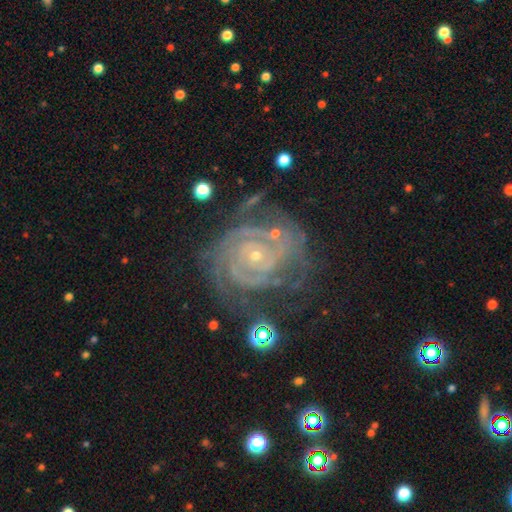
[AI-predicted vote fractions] Q: Smooth or featured?
A: featured or disk (89%); runner-up: star or artifact (7%)
Q: Edge-on disk?
A: no (97%); runner-up: yes (3%)
Q: Bar?
A: no (75%); runner-up: weak (18%)
Q: Spiral arms?
A: yes (98%); runner-up: no (2%)
Q: Spiral winding?
A: tight (79%); runner-up: medium (18%)
Q: Spiral arm count?
A: 2 (27%); runner-up: 3 (22%)
Q: Bulge size?
A: small (81%); runner-up: moderate (15%)
Q: Merging?
A: none (60%); runner-up: minor disturbance (22%)